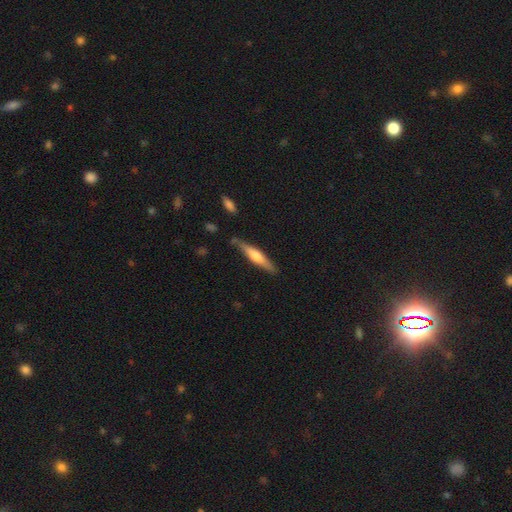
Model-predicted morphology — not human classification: Smooth or featured: smooth — 48% (featured or disk — 46%)
Merging: none — 80% (minor disturbance — 15%)